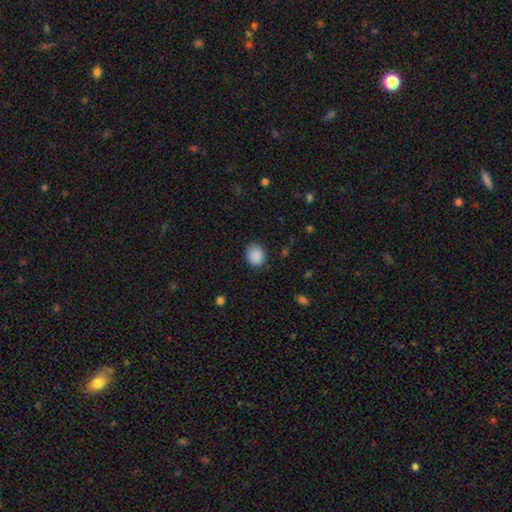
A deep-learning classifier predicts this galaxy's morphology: type=smooth (89%); roundness=round (60%); merging=none (81%).